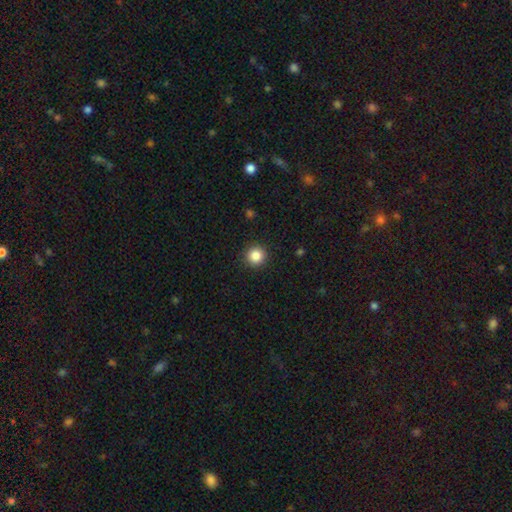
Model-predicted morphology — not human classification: The model was most divided on "smooth or featured": smooth: 85%, star or artifact: 11%, featured or disk: 4%. More confident: how rounded — round (96%); merging — none (92%).